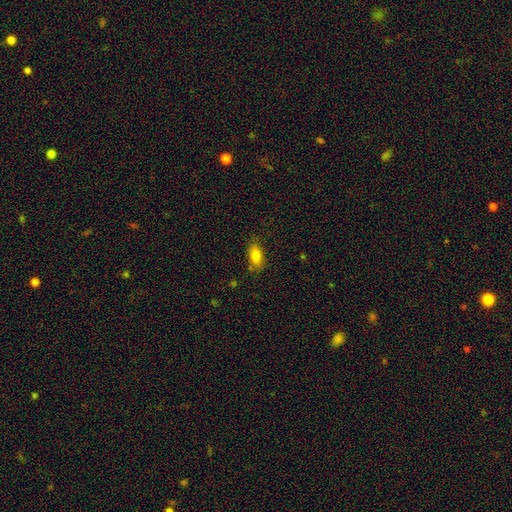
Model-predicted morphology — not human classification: Q: Smooth or featured?
A: smooth (82%); runner-up: featured or disk (9%)
Q: How rounded?
A: in between (87%); runner-up: cigar-shaped (8%)
Q: Merging?
A: none (80%); runner-up: minor disturbance (15%)